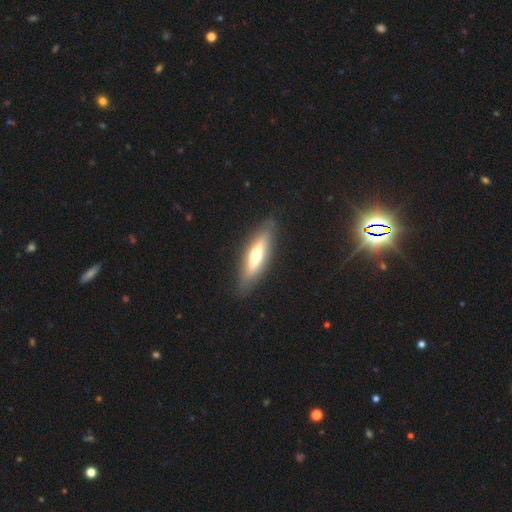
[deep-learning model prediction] A smooth galaxy with no disk features (48%).

Vote fractions:
- Smooth or featured? smooth: 48% / featured or disk: 46% / star or artifact: 5%
- Merging? none: 84% / minor disturbance: 11% / major disturbance: 3% / merger: 1%